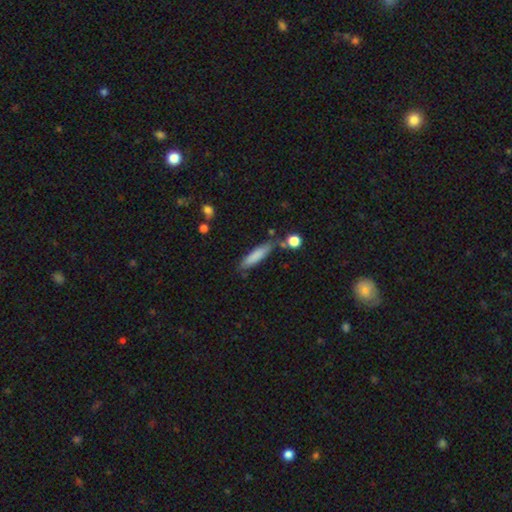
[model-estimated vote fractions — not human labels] This is clearly a smooth galaxy (81%). How rounded: likely cigar-shaped (79%). Merging: likely none (73%).